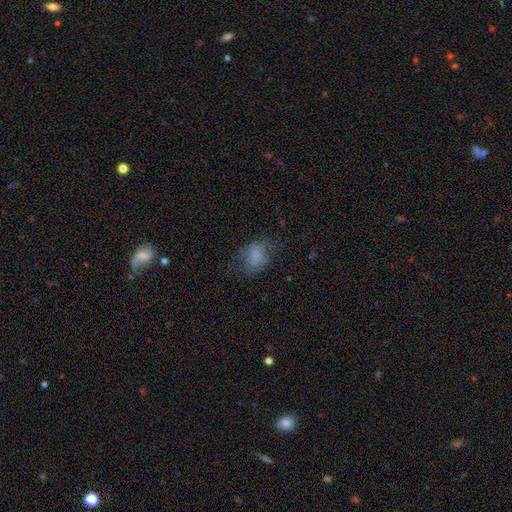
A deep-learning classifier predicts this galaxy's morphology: A smooth galaxy with no disk features (70%) that is in between round and cigar-shaped (66%).

Vote fractions:
- Smooth or featured? smooth: 70% / featured or disk: 18% / star or artifact: 12%
- How rounded? in between: 66% / round: 33% / cigar-shaped: 1%
- Merging? none: 52% / minor disturbance: 25% / major disturbance: 22% / merger: 2%